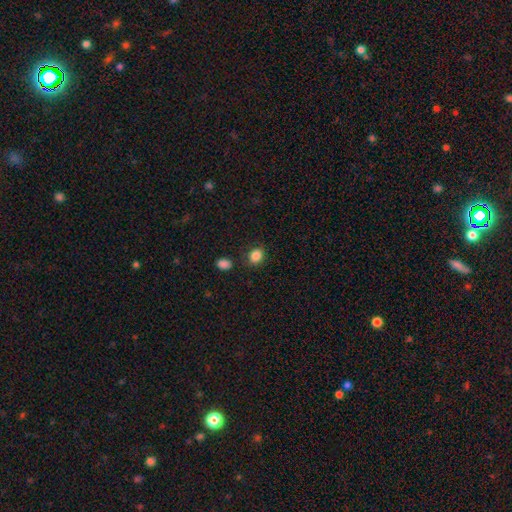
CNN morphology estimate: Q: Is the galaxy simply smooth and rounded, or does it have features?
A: smooth — 86%.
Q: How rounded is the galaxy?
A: in between — 52%.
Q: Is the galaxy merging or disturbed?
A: none — 80%.